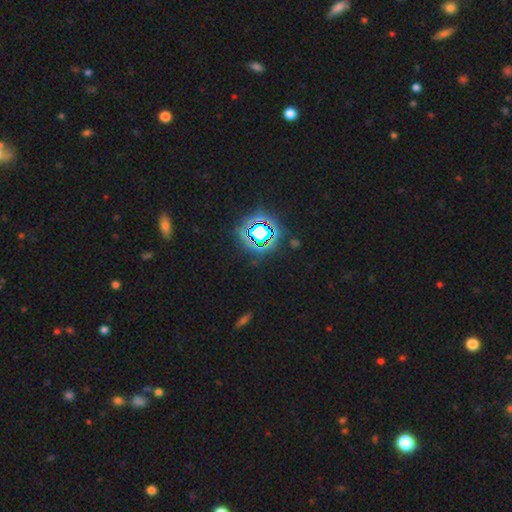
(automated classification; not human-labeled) Morphology: type=star or artifact (78%).